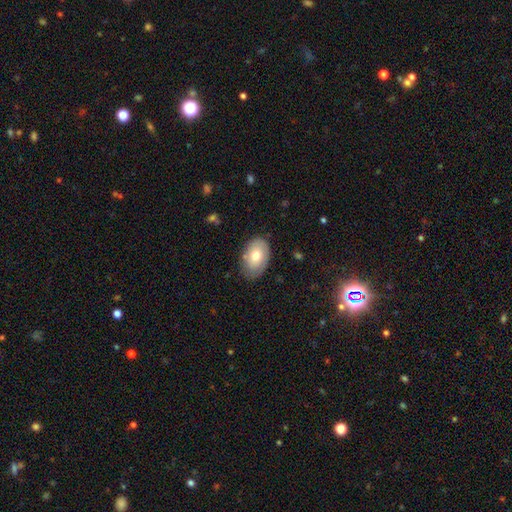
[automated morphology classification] A smooth galaxy with no disk features (73%) that is in between round and cigar-shaped (89%). Merging: none (77%).